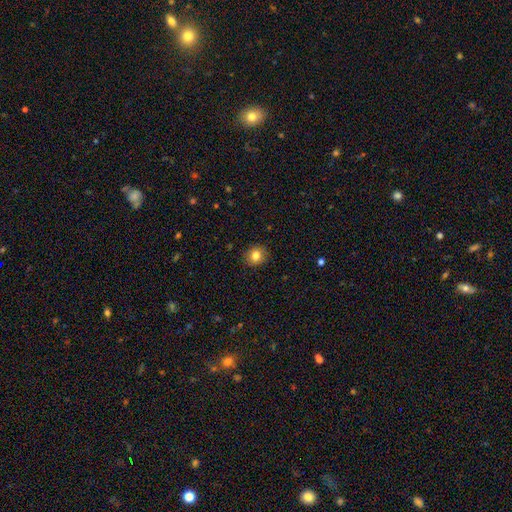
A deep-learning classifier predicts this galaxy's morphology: A smooth galaxy with no disk features (82%) that is round (84%).

Vote fractions:
- Smooth or featured? smooth: 82% / star or artifact: 11% / featured or disk: 8%
- How rounded? round: 84% / in between: 15% / cigar-shaped: 1%
- Merging? none: 89% / minor disturbance: 8% / major disturbance: 2% / merger: 1%